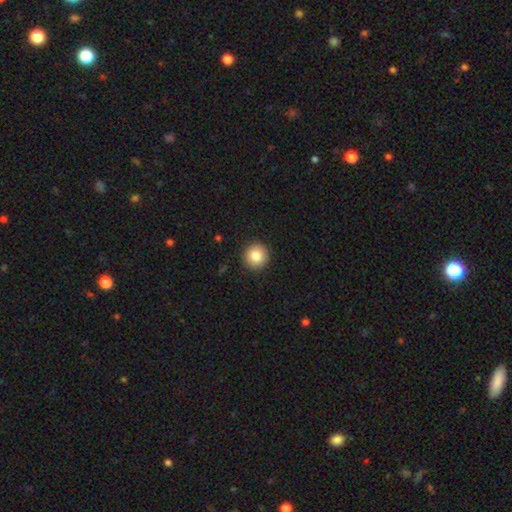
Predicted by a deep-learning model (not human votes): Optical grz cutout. It shows a smooth galaxy with no disk features (82%) that is round (94%). Merging: none (92%).